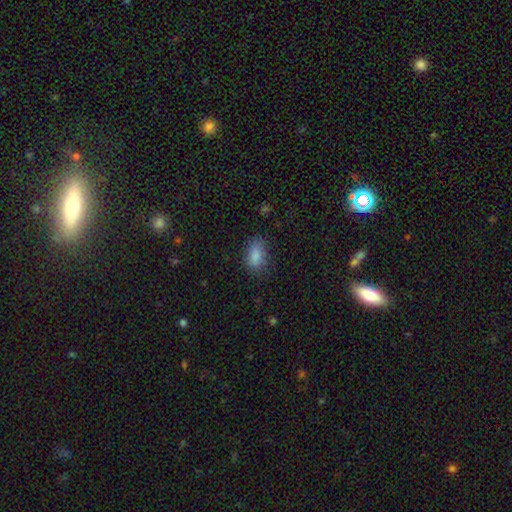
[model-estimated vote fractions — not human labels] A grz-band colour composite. It shows a smooth galaxy with no disk features (86%) that is in between round and cigar-shaped (89%). Merging: none (78%).